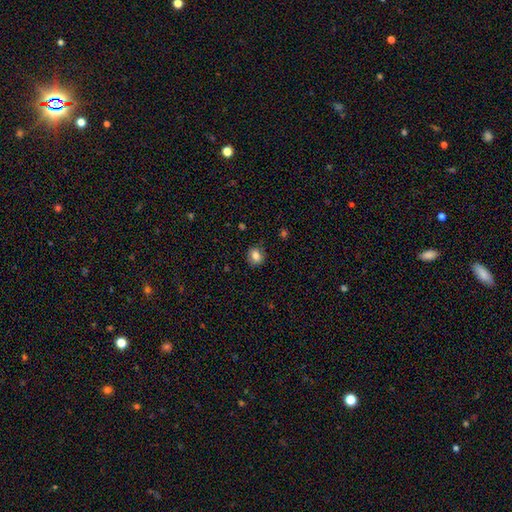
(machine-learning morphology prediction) Overall: smooth (81%). How rounded: round (69%; in between 30%). Merging: none (85%).